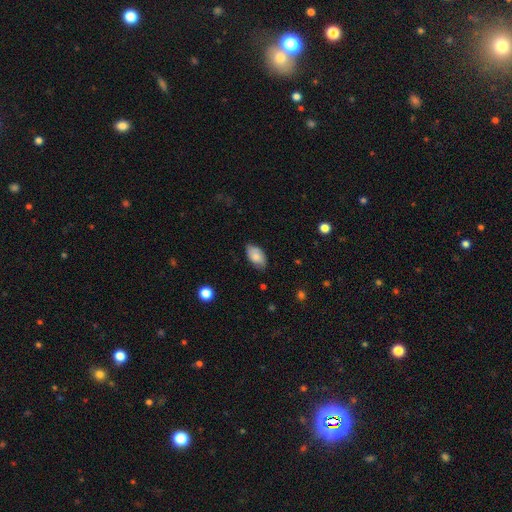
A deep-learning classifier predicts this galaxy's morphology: smooth-or-featured: smooth: 79% | featured or disk: 14% | star or artifact: 7%
  how-rounded: in between: 94% | round: 4% | cigar-shaped: 2%
  merging: none: 77% | minor disturbance: 19% | major disturbance: 3% | merger: 1%